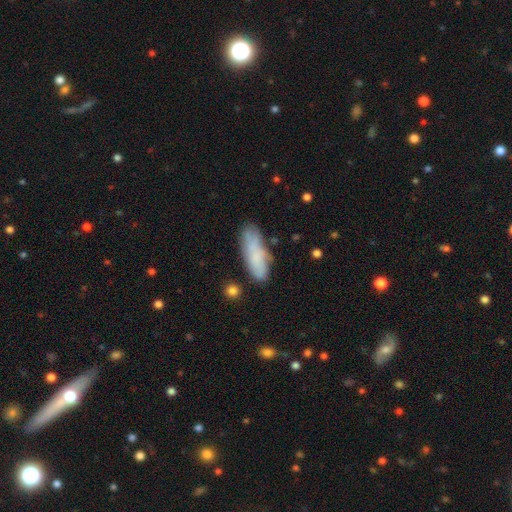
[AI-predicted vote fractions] A smooth galaxy with no disk features (73%) that is in between round and cigar-shaped (60%). Merging: none (67%).